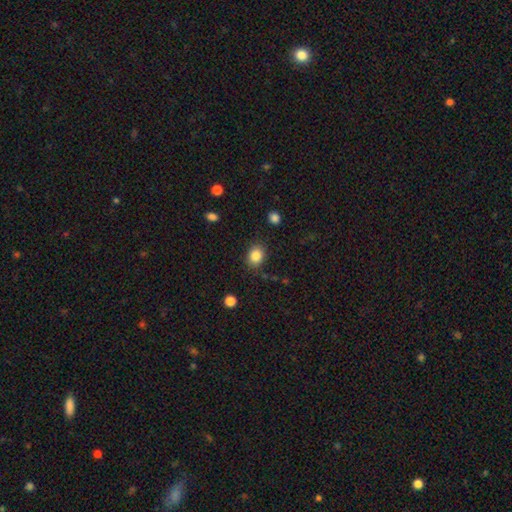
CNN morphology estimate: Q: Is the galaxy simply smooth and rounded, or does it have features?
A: smooth — 85%.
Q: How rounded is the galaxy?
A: in between — 51%.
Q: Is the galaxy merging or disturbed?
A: none — 82%.